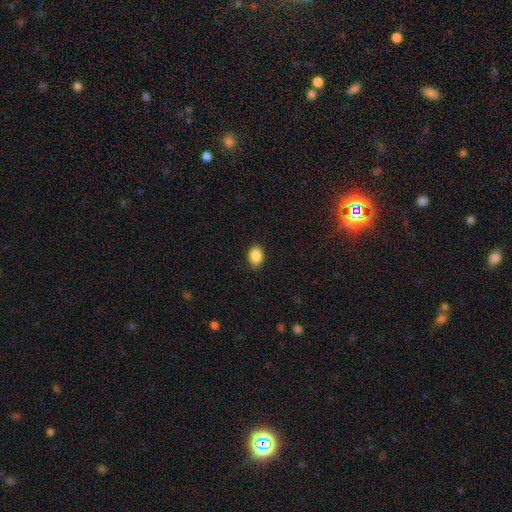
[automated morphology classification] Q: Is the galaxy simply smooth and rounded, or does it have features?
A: smooth — 88%.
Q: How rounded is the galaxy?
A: in between — 66%.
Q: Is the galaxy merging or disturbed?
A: none — 88%.